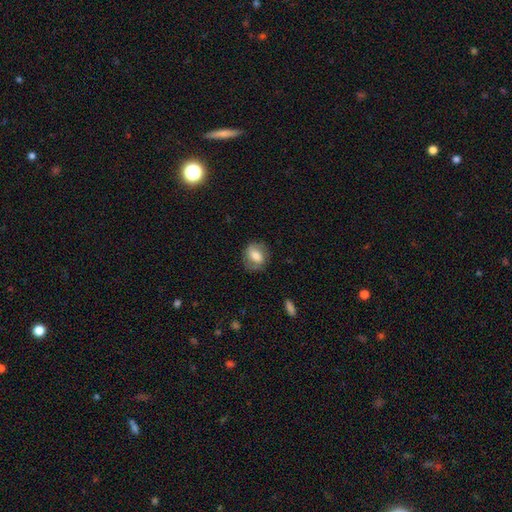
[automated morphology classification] This is possibly a smooth galaxy (59%). How rounded: possibly in between (50%). Merging: likely none (75%).